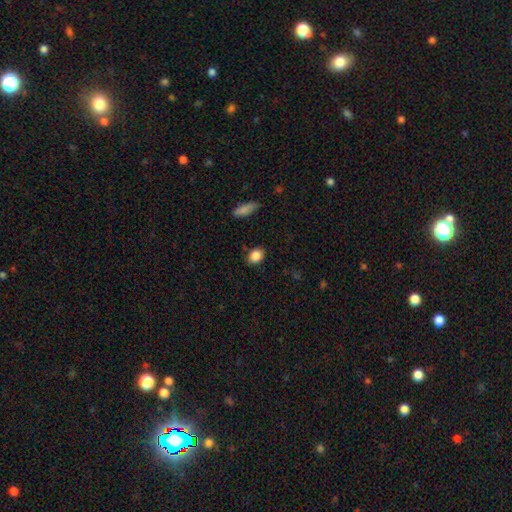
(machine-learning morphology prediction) Smooth or featured? smooth (87%)
How rounded? in between (62%)
Merging? none (84%)